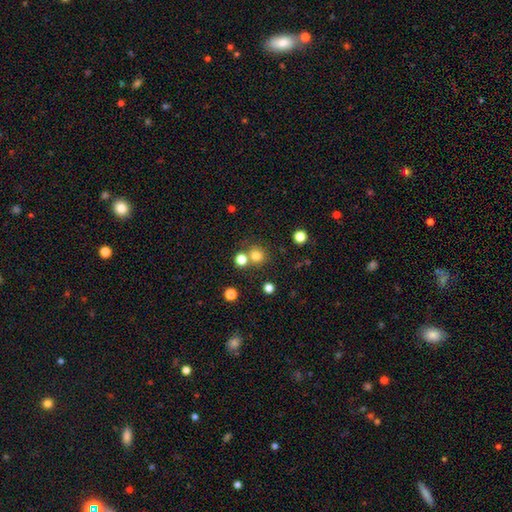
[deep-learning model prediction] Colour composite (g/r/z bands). It shows a smooth galaxy with no disk features (77%) that is round (90%). Merging: none (68%).